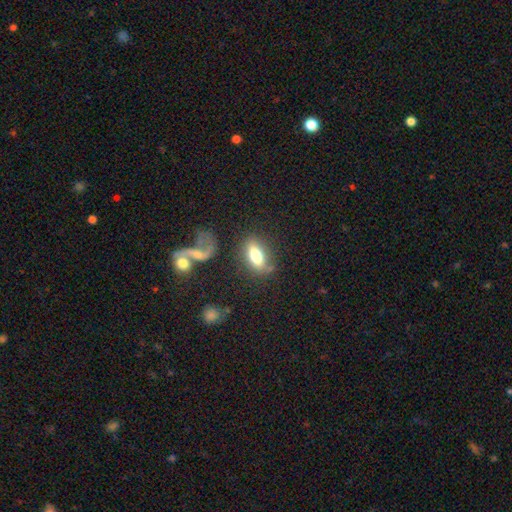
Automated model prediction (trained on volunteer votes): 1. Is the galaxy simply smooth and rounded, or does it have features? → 73% smooth, 20% featured or disk, 8% star or artifact.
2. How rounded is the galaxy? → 85% in between, 9% cigar-shaped, 7% round.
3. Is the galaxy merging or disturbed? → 66% none, 16% minor disturbance, 9% merger, 9% major disturbance.